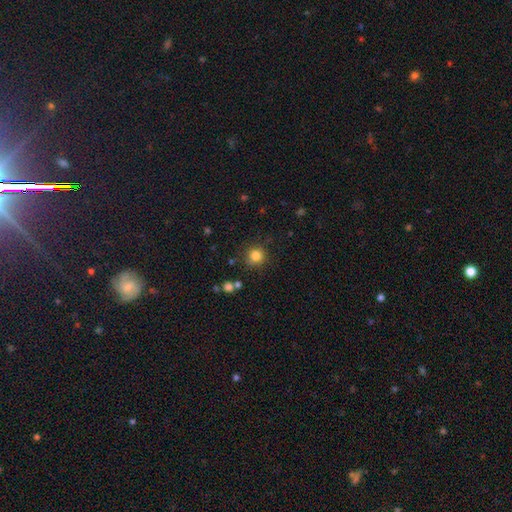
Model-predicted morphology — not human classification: This appears to be a smooth galaxy with no disk features (82%) that is round (93%). Merging: none (84%).